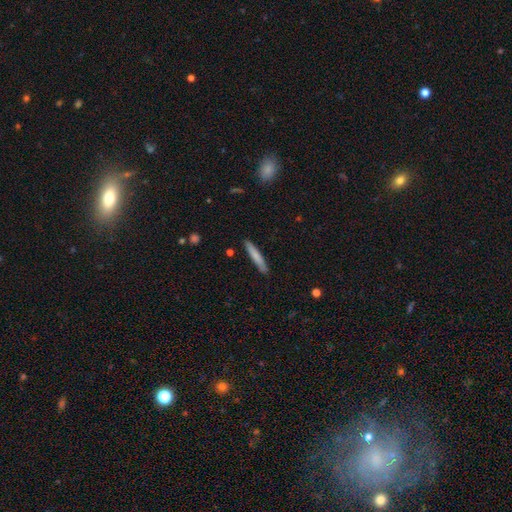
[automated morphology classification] Smooth or featured?
  - smooth: 75% *
  - featured or disk: 20%
  - star or artifact: 5%
How rounded?
  - cigar-shaped: 94% *
  - in between: 5%
  - round: 1%
Merging?
  - none: 88% *
  - minor disturbance: 9%
  - major disturbance: 2%
  - merger: 1%